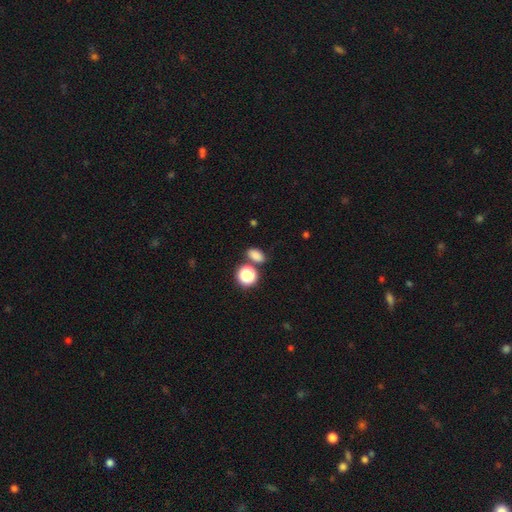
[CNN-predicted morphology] type=smooth (79%); roundness=in between (77%); merging=none (73%).